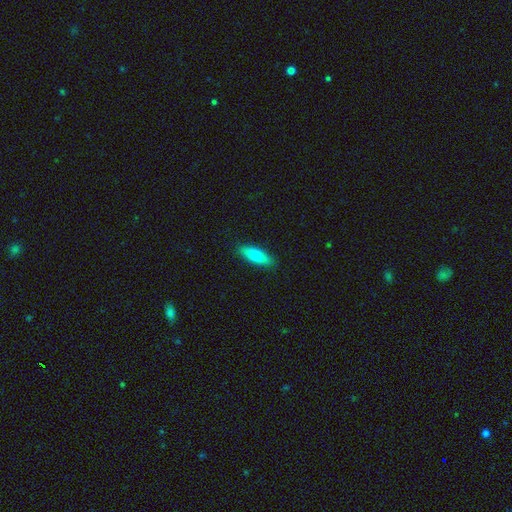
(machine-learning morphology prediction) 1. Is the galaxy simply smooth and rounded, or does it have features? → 71% smooth, 23% featured or disk, 6% star or artifact.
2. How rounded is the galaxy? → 56% in between, 42% cigar-shaped, 3% round.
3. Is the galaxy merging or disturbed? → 89% none, 8% minor disturbance, 2% major disturbance, 1% merger.